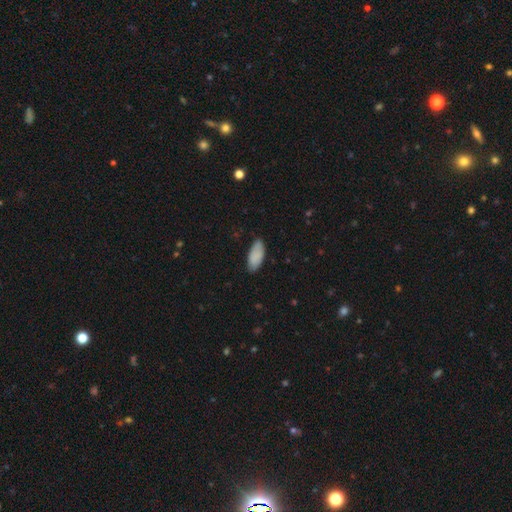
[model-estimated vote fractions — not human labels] The model was most divided on "merging": none: 78%, minor disturbance: 18%, major disturbance: 3%, merger: 1%. More confident: how rounded — in between (90%); smooth or featured — smooth (87%).